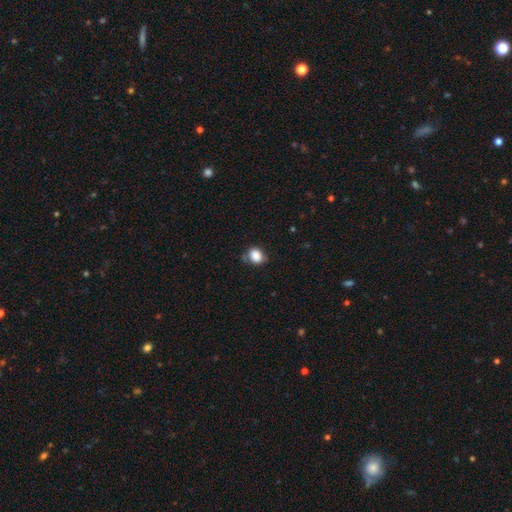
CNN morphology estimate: Q: Smooth or featured?
A: smooth (86%); runner-up: star or artifact (9%)
Q: How rounded?
A: round (50%); runner-up: in between (49%)
Q: Merging?
A: none (63%); runner-up: minor disturbance (27%)